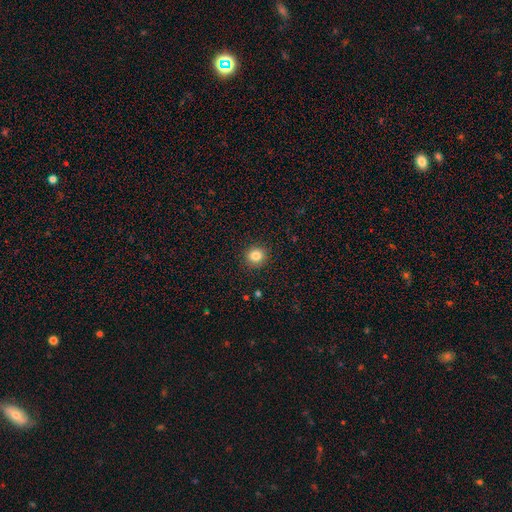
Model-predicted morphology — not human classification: type=smooth (83%); roundness=round (91%); merging=none (92%).